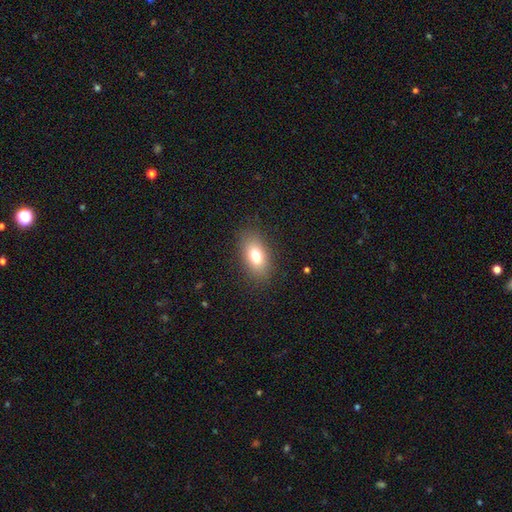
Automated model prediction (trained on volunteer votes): Smooth or featured?
  - smooth: 76% *
  - featured or disk: 14%
  - star or artifact: 10%
How rounded?
  - in between: 87% *
  - round: 10%
  - cigar-shaped: 4%
Merging?
  - none: 86% *
  - minor disturbance: 9%
  - major disturbance: 3%
  - merger: 1%